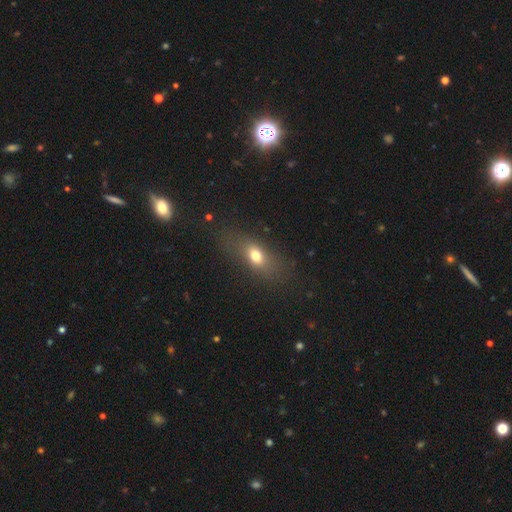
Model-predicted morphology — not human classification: smooth_or_featured: smooth (p=0.70) [alt: featured or disk p=0.17]
how_rounded: in between (p=0.71) [alt: round p=0.16]
merging: none (p=0.72) [alt: minor disturbance p=0.15]